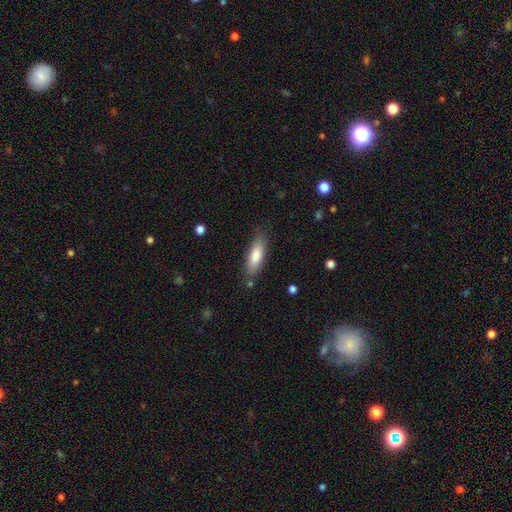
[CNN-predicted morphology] Overall: smooth (80%). How rounded: in between (55%; cigar-shaped 43%). Merging: none (81%).